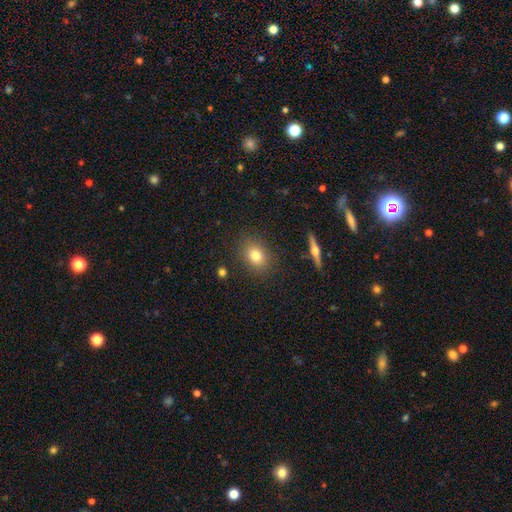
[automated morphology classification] Smooth or featured: smooth — 77% (featured or disk — 13%)
How rounded: in between — 55% (round — 43%)
Merging: none — 85% (minor disturbance — 10%)